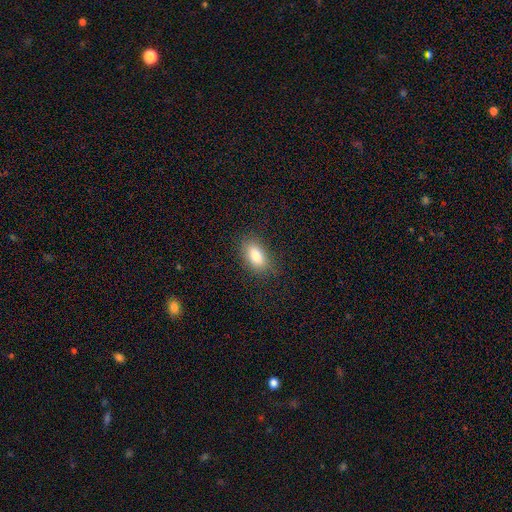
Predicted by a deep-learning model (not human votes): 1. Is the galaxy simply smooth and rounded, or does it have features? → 83% smooth, 9% featured or disk, 8% star or artifact.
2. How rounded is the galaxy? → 90% in between, 5% round, 5% cigar-shaped.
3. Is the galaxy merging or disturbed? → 84% none, 11% minor disturbance, 3% major disturbance, 1% merger.